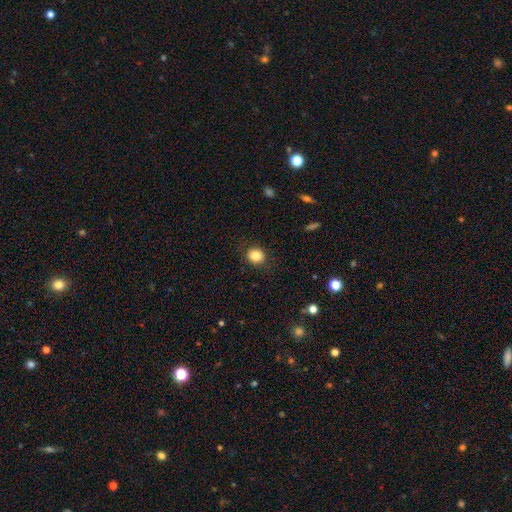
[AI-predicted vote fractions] This appears to be a smooth galaxy with no disk features (84%) that is round (81%). Merging: none (87%).